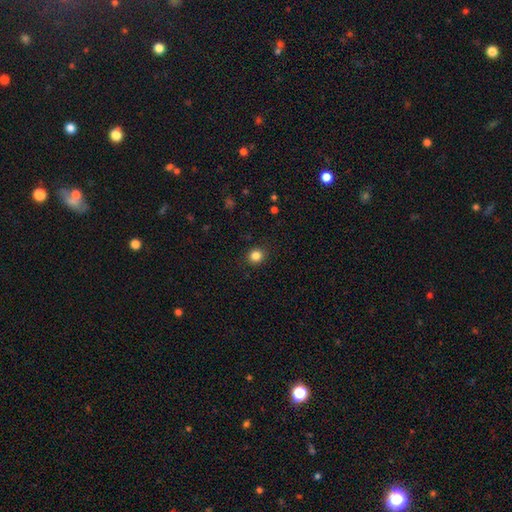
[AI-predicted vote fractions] Smooth or featured?
  - smooth: 84% *
  - star or artifact: 12%
  - featured or disk: 4%
How rounded?
  - round: 87% *
  - in between: 12%
  - cigar-shaped: 1%
Merging?
  - none: 91% *
  - minor disturbance: 6%
  - major disturbance: 2%
  - merger: 1%